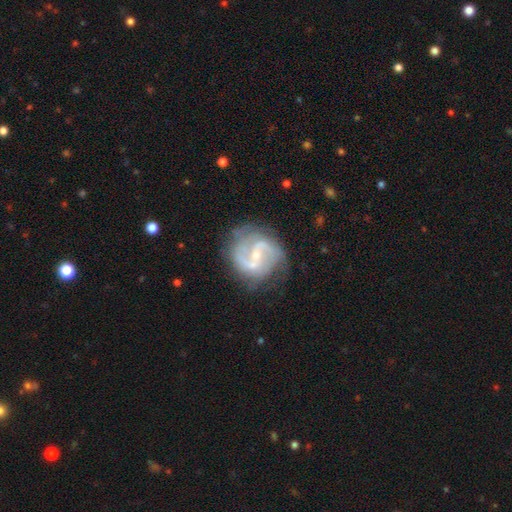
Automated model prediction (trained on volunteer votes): featured or disk 86%, smooth 8%, star or artifact 6%. Down the decision tree: edge-on disk — no (98%); bar — weak (50%); spiral arms — yes (95%); spiral arm count — 2 (83%); spiral winding — medium (50%); bulge size — small (68%); merging — none (71%).